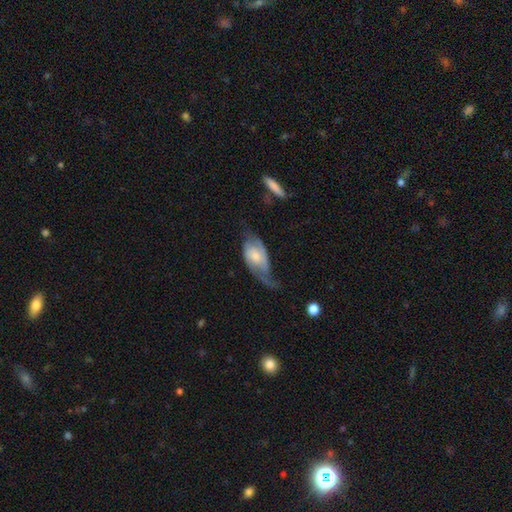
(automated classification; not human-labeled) Smooth or featured?
  - featured or disk: 78% *
  - smooth: 16%
  - star or artifact: 5%
Edge-on disk?
  - no: 94% *
  - yes: 6%
Bar?
  - no: 61% *
  - weak: 31%
  - strong: 8%
Spiral arms?
  - yes: 94% *
  - no: 6%
Spiral winding?
  - medium: 42% *
  - loose: 37%
  - tight: 21%
Spiral arm count?
  - 2: 85% *
  - can't tell: 6%
  - 1: 5%
  - 3: 2%
  - 4: 1%
  - more than 4: 1%
Bulge size?
  - moderate: 41% *
  - small: 40%
  - large: 9%
  - none: 8%
  - dominant: 2%
Merging?
  - none: 52% *
  - minor disturbance: 25%
  - major disturbance: 21%
  - merger: 3%